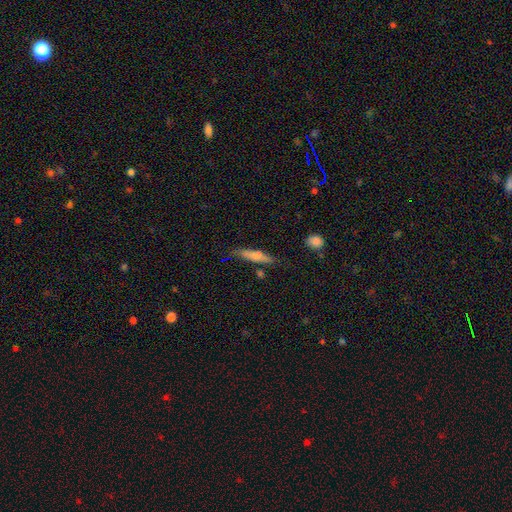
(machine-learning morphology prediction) A smooth galaxy with no disk features (61%) that is cigar-shaped (84%).

Vote fractions:
- Smooth or featured? smooth: 61% / featured or disk: 32% / star or artifact: 6%
- How rounded? cigar-shaped: 84% / in between: 14% / round: 2%
- Merging? none: 75% / minor disturbance: 17% / merger: 4% / major disturbance: 4%